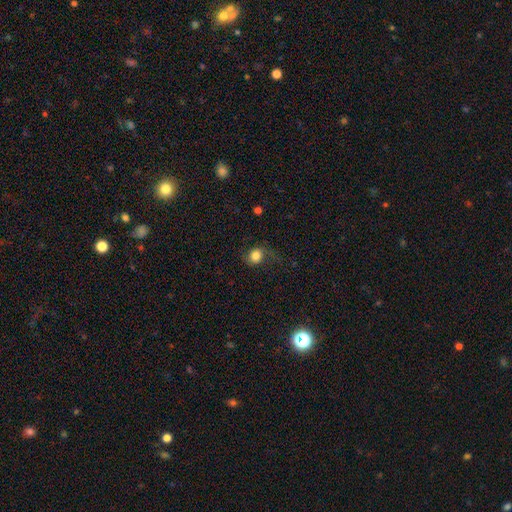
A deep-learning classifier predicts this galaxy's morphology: This appears to be a smooth galaxy with no disk features (75%) that is round (66%). Merging: none (58%).